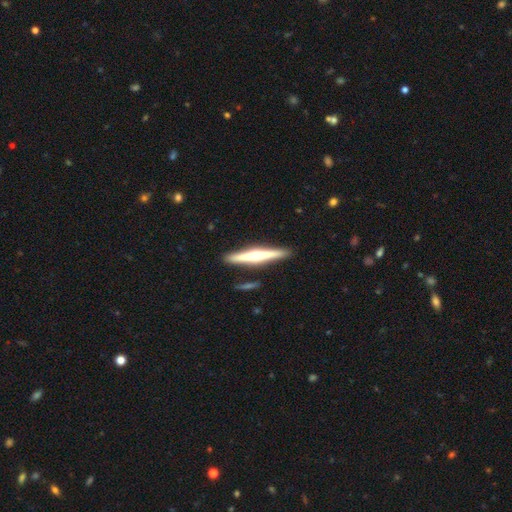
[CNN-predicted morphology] Smooth or featured?
  - featured or disk: 66% *
  - smooth: 28%
  - star or artifact: 5%
Edge-on disk?
  - yes: 98% *
  - no: 2%
Edge-on bulge?
  - rounded: 77% *
  - none: 14%
  - boxy: 9%
Merging?
  - none: 90% *
  - minor disturbance: 7%
  - merger: 2%
  - major disturbance: 1%